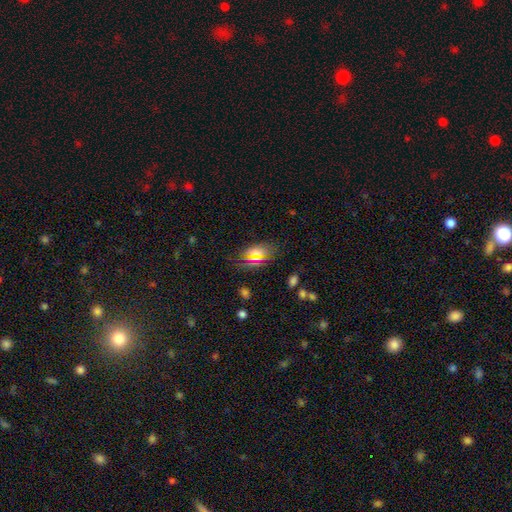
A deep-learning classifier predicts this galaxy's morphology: Smooth or featured? smooth (66%)
How rounded? in between (86%)
Merging? none (75%)